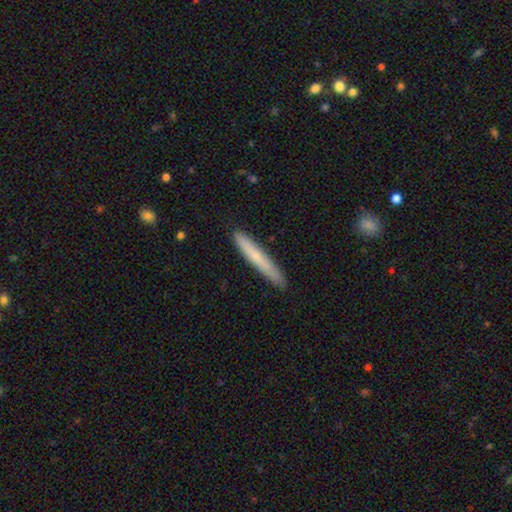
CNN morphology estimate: Overall: smooth (64%; featured or disk 31%). How rounded: cigar-shaped (95%). Merging: none (88%).